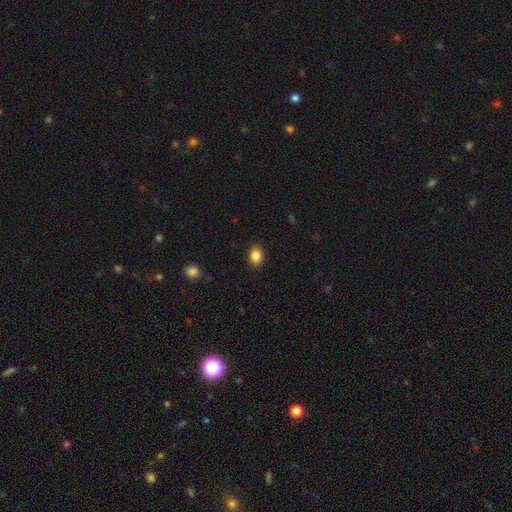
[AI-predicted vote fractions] Smooth or featured?
  - smooth: 87% *
  - star or artifact: 9%
  - featured or disk: 4%
How rounded?
  - in between: 65% *
  - round: 34%
  - cigar-shaped: 1%
Merging?
  - none: 89% *
  - minor disturbance: 8%
  - major disturbance: 2%
  - merger: 1%